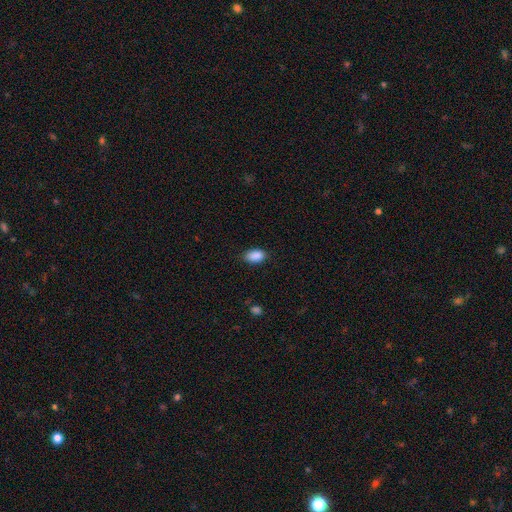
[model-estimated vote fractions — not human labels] Q: Smooth or featured?
A: smooth (89%); runner-up: star or artifact (8%)
Q: How rounded?
A: in between (90%); runner-up: round (9%)
Q: Merging?
A: none (84%); runner-up: minor disturbance (13%)